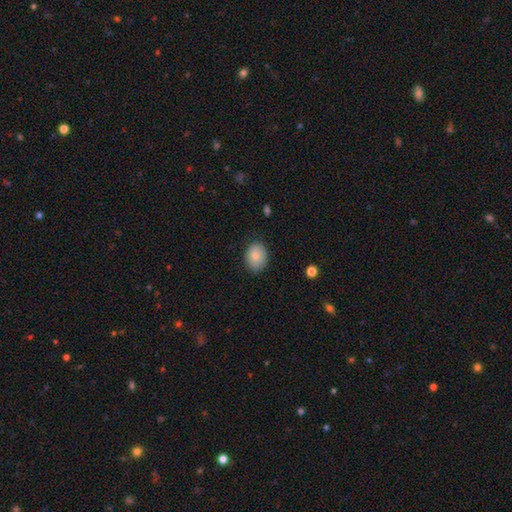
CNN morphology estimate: smooth-or-featured: smooth: 83% | featured or disk: 10% | star or artifact: 7%
  how-rounded: in between: 59% | round: 40% | cigar-shaped: 1%
  merging: none: 82% | minor disturbance: 14% | major disturbance: 3% | merger: 1%